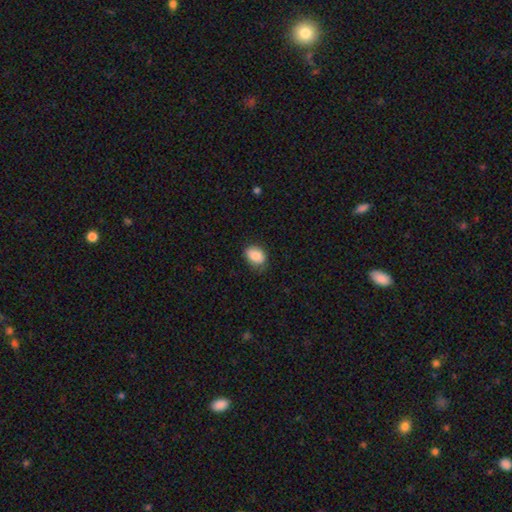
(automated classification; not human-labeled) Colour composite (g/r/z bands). It shows a smooth galaxy with no disk features (86%) that is in between round and cigar-shaped (76%). Merging: none (75%).